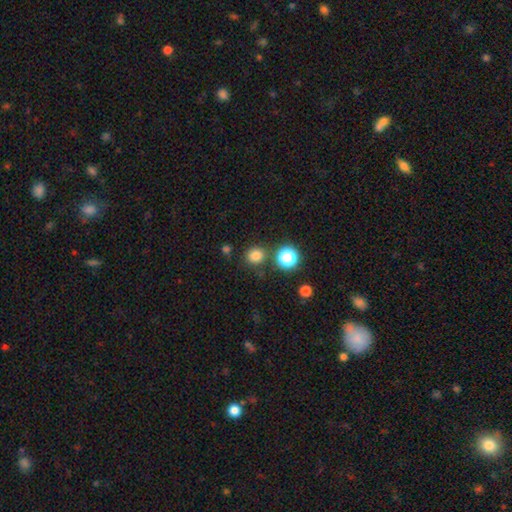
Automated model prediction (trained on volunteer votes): Q: Smooth or featured?
A: smooth (79%); runner-up: star or artifact (17%)
Q: How rounded?
A: round (86%); runner-up: in between (13%)
Q: Merging?
A: none (81%); runner-up: minor disturbance (9%)